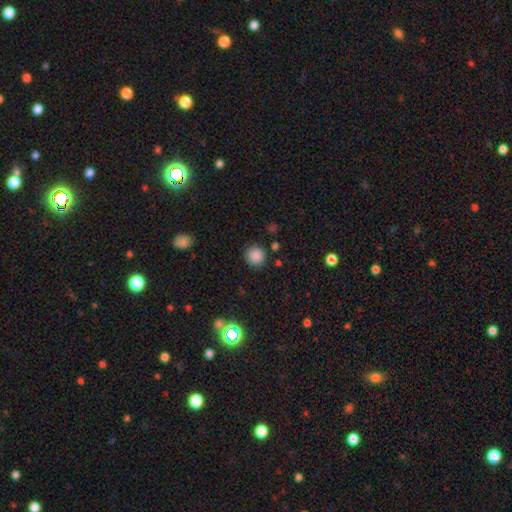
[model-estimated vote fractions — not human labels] Overall: smooth (85%). How rounded: round (94%). Merging: none (88%).